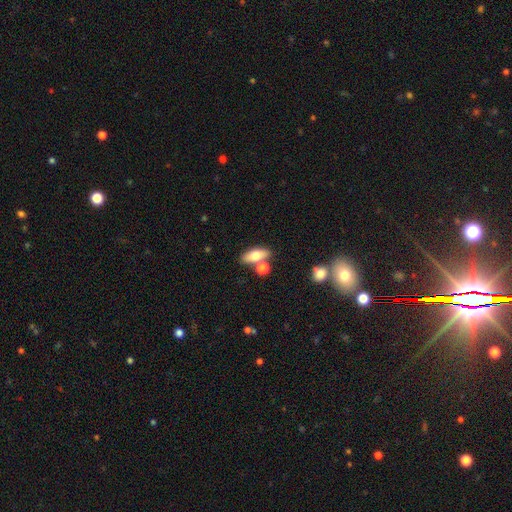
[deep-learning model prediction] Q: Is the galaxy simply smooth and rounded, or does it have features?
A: smooth — 67%.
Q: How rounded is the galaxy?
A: in between — 72%.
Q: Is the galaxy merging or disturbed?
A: none — 65%.